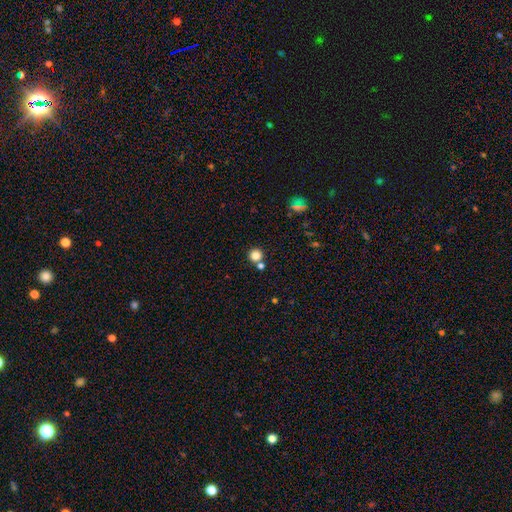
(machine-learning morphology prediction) smooth-or-featured: smooth: 80% | star or artifact: 14% | featured or disk: 6%
  how-rounded: round: 94% | in between: 5% | cigar-shaped: 1%
  merging: none: 71% | merger: 19% | minor disturbance: 7% | major disturbance: 3%